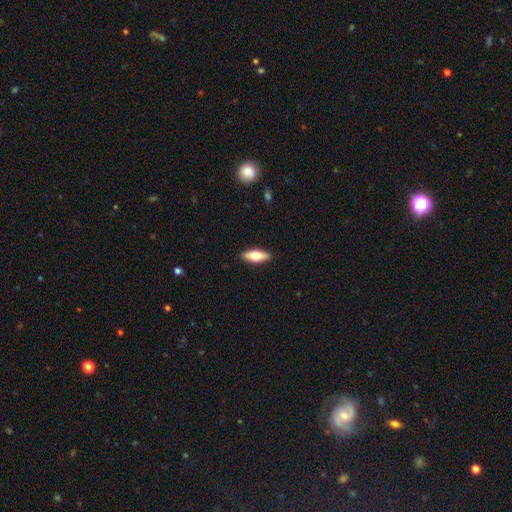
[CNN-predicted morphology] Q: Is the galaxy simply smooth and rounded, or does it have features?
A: smooth — 66%.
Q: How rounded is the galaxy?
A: in between — 64%.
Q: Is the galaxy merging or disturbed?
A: none — 90%.